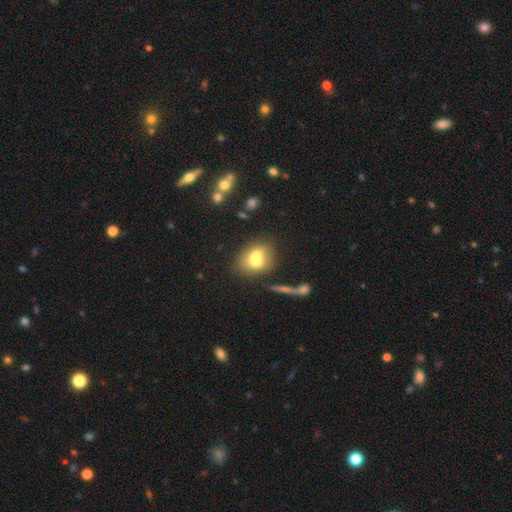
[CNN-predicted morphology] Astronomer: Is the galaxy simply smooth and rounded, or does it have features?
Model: smooth — 65%.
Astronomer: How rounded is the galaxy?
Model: round — 54% (runner-up: in between, 44%).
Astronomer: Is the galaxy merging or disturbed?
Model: merger — 58%.